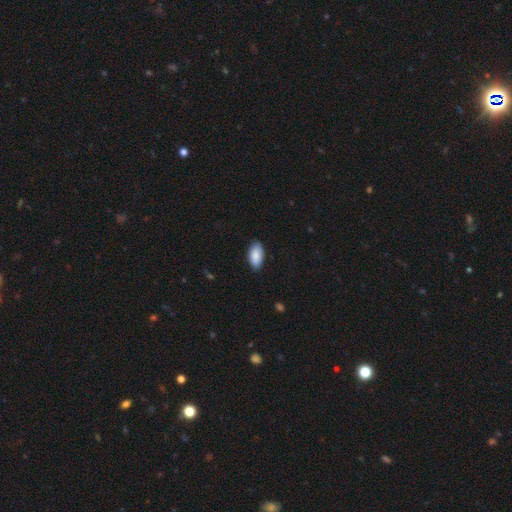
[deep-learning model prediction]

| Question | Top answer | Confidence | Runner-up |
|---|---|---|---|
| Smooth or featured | smooth | 88% | star or artifact (6%) |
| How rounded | in between | 94% | cigar-shaped (4%) |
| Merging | none | 85% | minor disturbance (12%) |